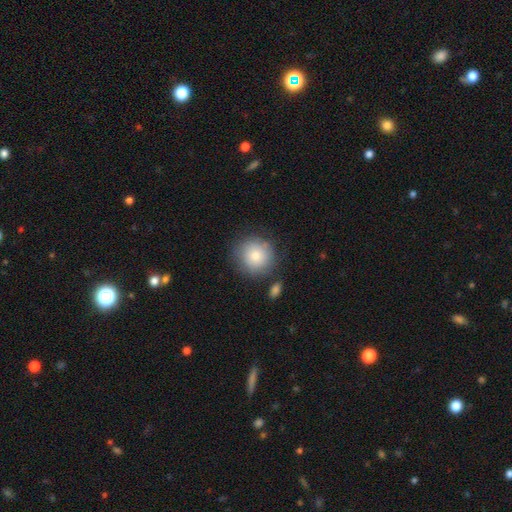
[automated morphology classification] Smooth or featured?
  - smooth: 81% *
  - featured or disk: 11%
  - star or artifact: 8%
How rounded?
  - round: 92% *
  - in between: 7%
  - cigar-shaped: 1%
Merging?
  - none: 77% *
  - minor disturbance: 13%
  - merger: 5%
  - major disturbance: 4%